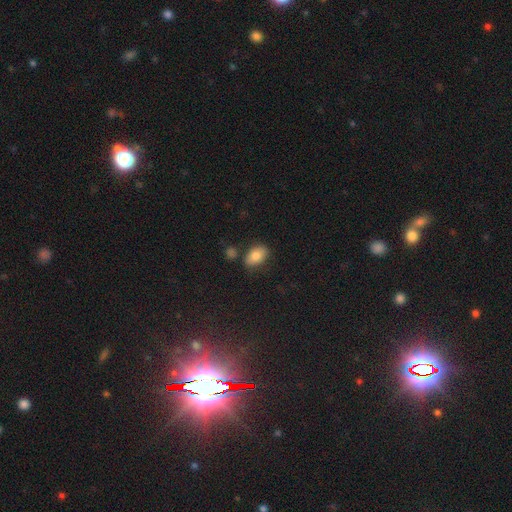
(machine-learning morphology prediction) smooth 82%, featured or disk 10%, star or artifact 8%. Down the decision tree: how rounded — in between (88%); merging — none (72%).